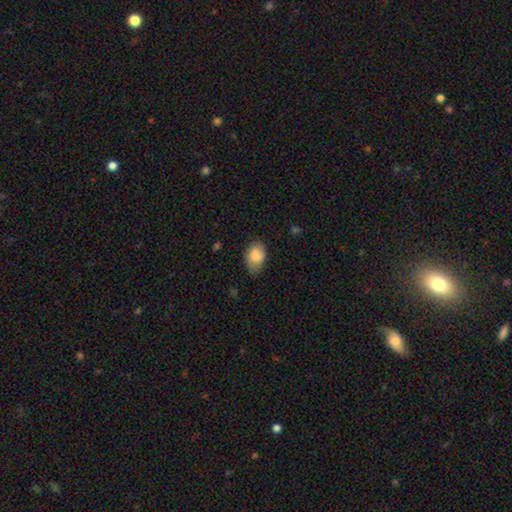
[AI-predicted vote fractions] This is clearly a smooth galaxy (83%). How rounded: clearly in between (84%). Merging: likely none (68%).